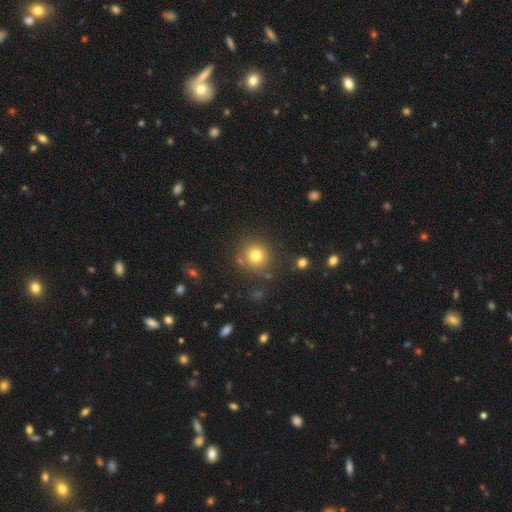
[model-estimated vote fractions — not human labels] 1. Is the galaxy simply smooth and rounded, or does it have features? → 77% smooth, 14% star or artifact, 9% featured or disk.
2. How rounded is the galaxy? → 92% round, 7% in between, 1% cigar-shaped.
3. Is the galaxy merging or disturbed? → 78% none, 11% minor disturbance, 6% merger, 4% major disturbance.